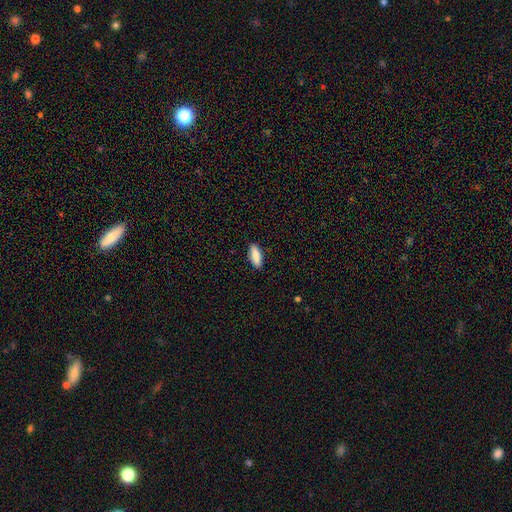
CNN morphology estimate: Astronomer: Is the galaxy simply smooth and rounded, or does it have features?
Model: smooth — 87%.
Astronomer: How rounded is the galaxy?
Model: in between — 70%.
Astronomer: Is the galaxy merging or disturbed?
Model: none — 88%.